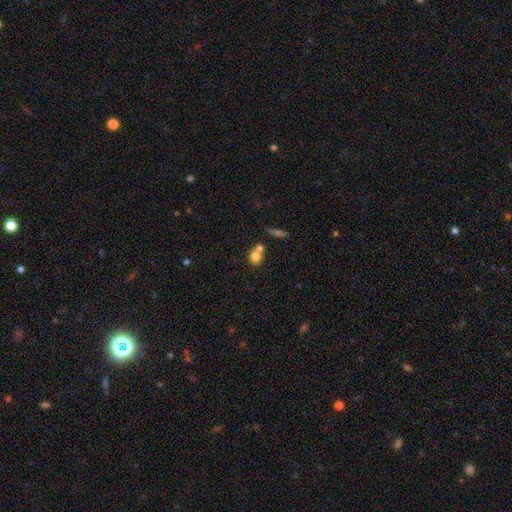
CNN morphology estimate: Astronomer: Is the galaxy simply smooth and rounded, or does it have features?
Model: smooth — 78%.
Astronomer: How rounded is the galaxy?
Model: round — 71%.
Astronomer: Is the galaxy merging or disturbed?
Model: none — 48% (runner-up: merger, 40%).